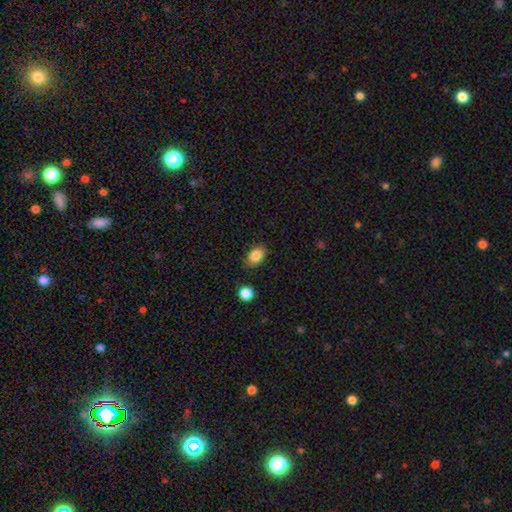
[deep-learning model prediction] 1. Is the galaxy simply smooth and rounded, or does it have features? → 85% smooth, 9% star or artifact, 6% featured or disk.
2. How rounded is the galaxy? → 80% in between, 19% round, 1% cigar-shaped.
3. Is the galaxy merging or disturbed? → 84% none, 11% minor disturbance, 3% major disturbance, 2% merger.